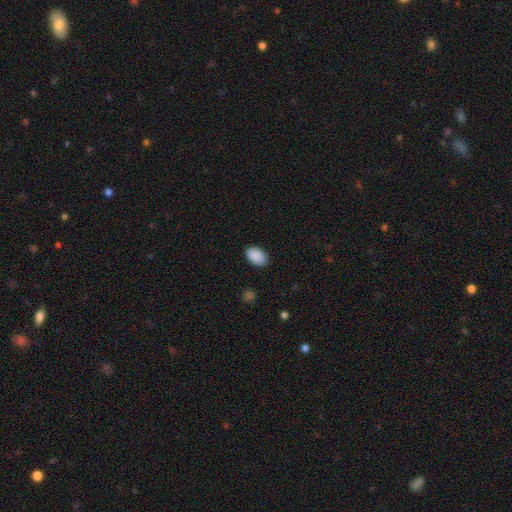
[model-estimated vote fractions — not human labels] This appears to be a smooth galaxy with no disk features (90%) that is in between round and cigar-shaped (87%). Merging: none (87%).